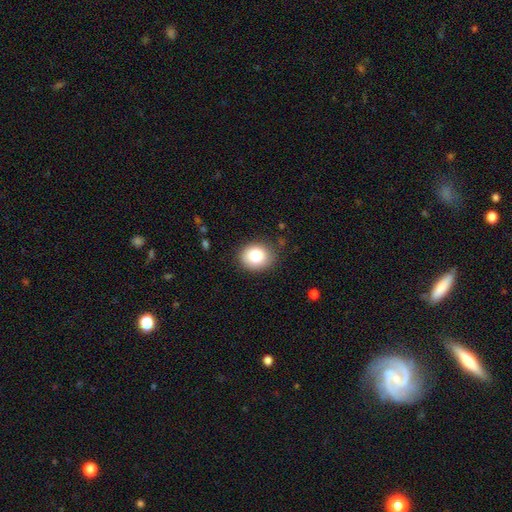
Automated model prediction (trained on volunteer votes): smooth 83%, featured or disk 9%, star or artifact 9%. Down the decision tree: how rounded — round (62%); merging — none (82%).